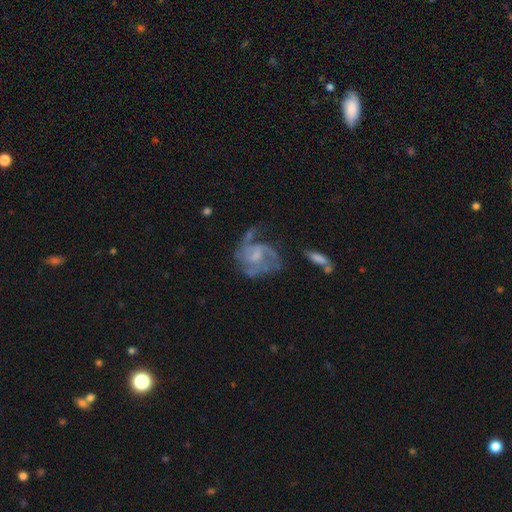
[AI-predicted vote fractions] A featured or disk galaxy (77%) with no bar (46%, tied with weak), 2 (33%) medium (46%) spiral arms (83%) and a small central bulge (38%).

Vote fractions:
- Smooth or featured? featured or disk: 77% / smooth: 15% / star or artifact: 8%
- Edge-on disk? no: 98% / yes: 2%
- Bar? no: 46% (tied) / weak: 46% (tied) / strong: 9%
- Spiral arms? yes: 83% / no: 17%
- Spiral winding? medium: 46% / tight: 28% / loose: 26%
- Spiral arm count? 2: 33% / can't tell: 29% / 3: 21% / 1: 8% / 4: 5% / more than 4: 4%
- Bulge size? small: 38% / moderate: 31% / none: 26% / large: 4% / dominant: 1%
- Merging? none: 39% / major disturbance: 33% / minor disturbance: 22% / merger: 7%